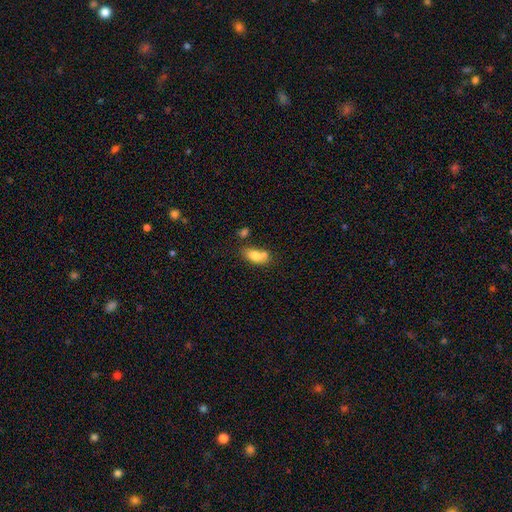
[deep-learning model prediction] Q: Smooth or featured?
A: smooth (74%); runner-up: featured or disk (17%)
Q: How rounded?
A: in between (85%); runner-up: round (10%)
Q: Merging?
A: none (43%); runner-up: merger (33%)